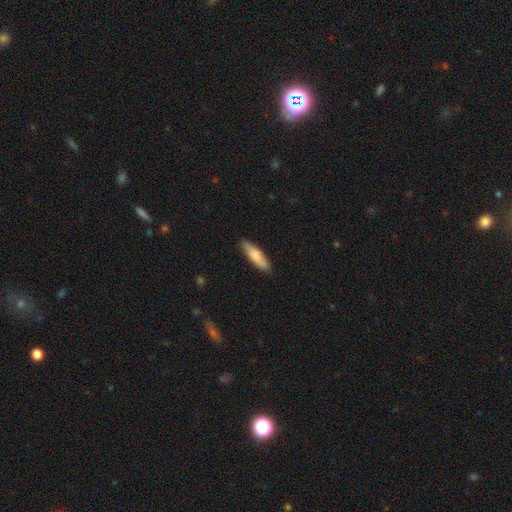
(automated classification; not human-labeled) This appears to be a smooth galaxy with no disk features (79%) that is cigar-shaped (65%). Merging: none (86%).